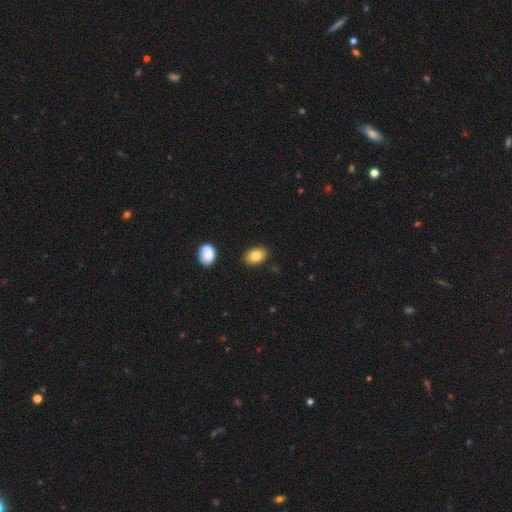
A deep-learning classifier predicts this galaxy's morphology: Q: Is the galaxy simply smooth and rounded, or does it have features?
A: smooth — 83%.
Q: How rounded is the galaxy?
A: in between — 85%.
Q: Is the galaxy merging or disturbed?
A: none — 87%.